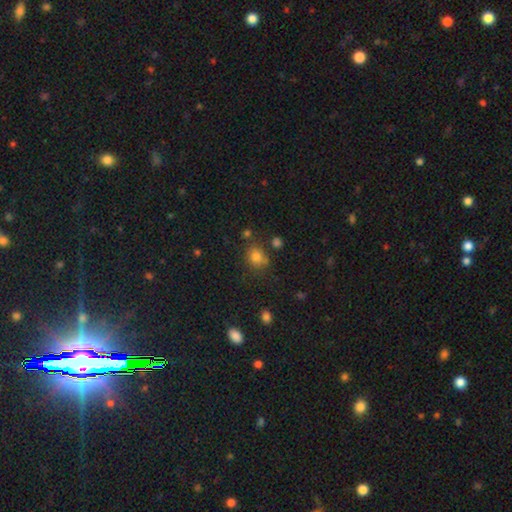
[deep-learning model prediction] Q: Smooth or featured?
A: smooth (75%); runner-up: star or artifact (17%)
Q: How rounded?
A: round (72%); runner-up: in between (27%)
Q: Merging?
A: none (71%); runner-up: minor disturbance (16%)